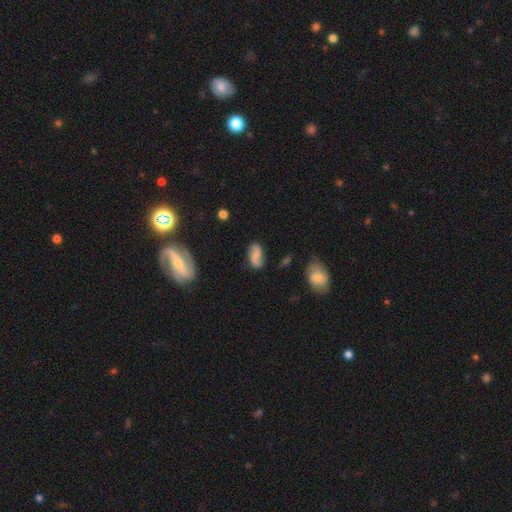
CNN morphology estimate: Smooth or featured? Predicted: smooth (p=0.49). Merging? Predicted: none (p=0.68).